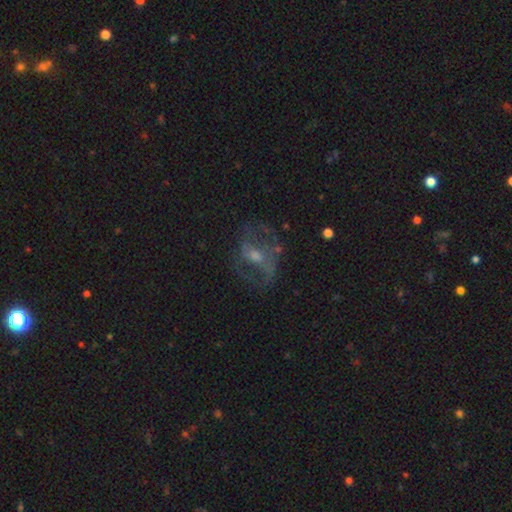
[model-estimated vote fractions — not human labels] This appears to be a featured or disk galaxy (68%) with no bar (43%), spiral arms (56%) and a moderate central bulge (52%). Merging: none (57%).